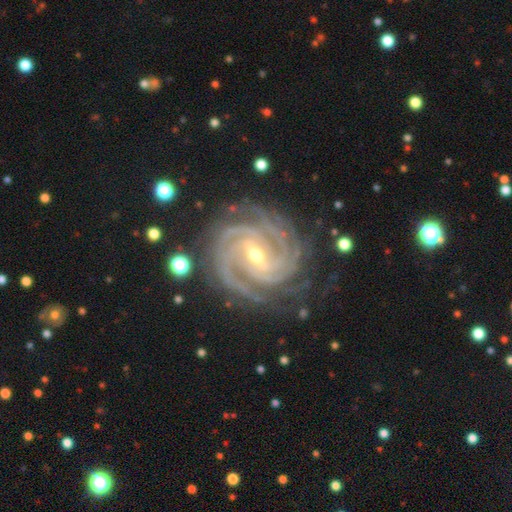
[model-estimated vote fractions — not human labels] This appears to be a featured or disk galaxy (94%) with a strong bar (50%), 4 (35%) tight (79%) spiral arms (99%) and a small central bulge (51%). Merging: none (80%).